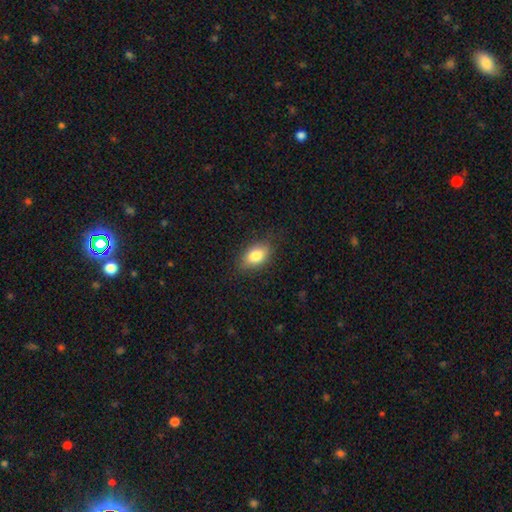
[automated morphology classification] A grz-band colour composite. It shows a smooth galaxy with no disk features (80%) that is in between round and cigar-shaped (86%). Merging: none (82%).